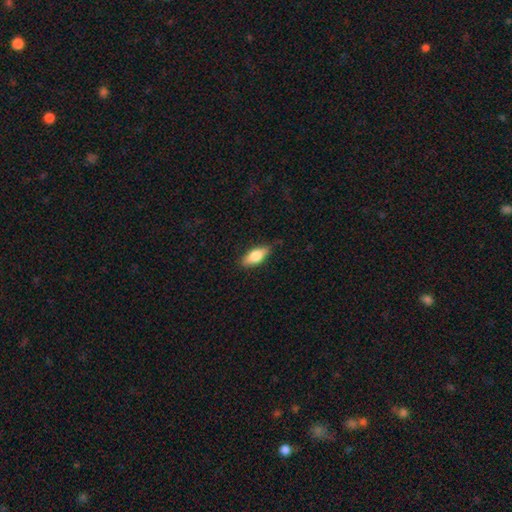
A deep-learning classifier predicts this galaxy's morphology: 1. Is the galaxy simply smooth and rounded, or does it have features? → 75% smooth, 19% featured or disk, 6% star or artifact.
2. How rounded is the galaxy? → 82% in between, 15% cigar-shaped, 3% round.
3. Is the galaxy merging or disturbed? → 81% none, 15% minor disturbance, 3% major disturbance, 1% merger.